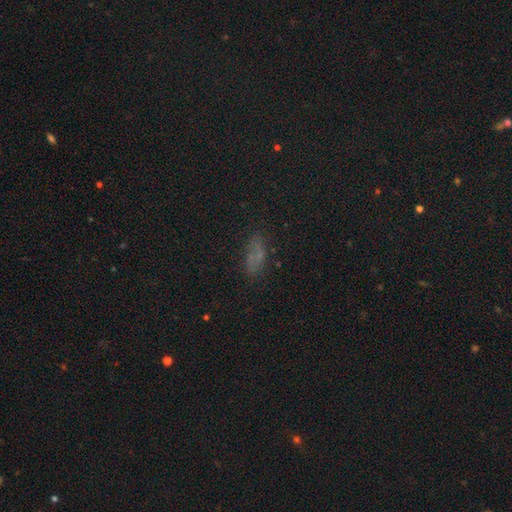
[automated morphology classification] Smooth or featured? Predicted: smooth (p=0.60). How rounded? Predicted: in between (p=0.77). Merging? Predicted: none (p=0.68).